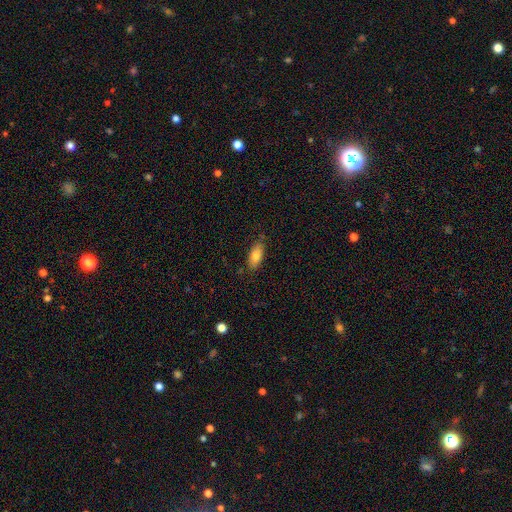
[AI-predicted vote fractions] Smooth or featured?
  - smooth: 79% *
  - featured or disk: 14%
  - star or artifact: 7%
How rounded?
  - in between: 82% *
  - cigar-shaped: 15%
  - round: 2%
Merging?
  - none: 79% *
  - minor disturbance: 16%
  - major disturbance: 3%
  - merger: 2%